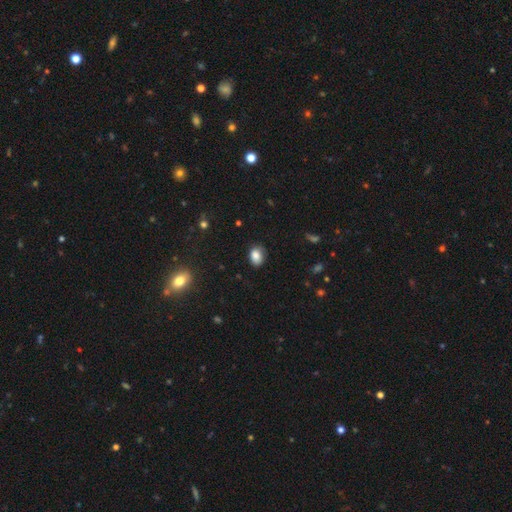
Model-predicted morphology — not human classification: This appears to be a smooth galaxy with no disk features (85%) that is in between round and cigar-shaped (74%). Merging: none (81%).